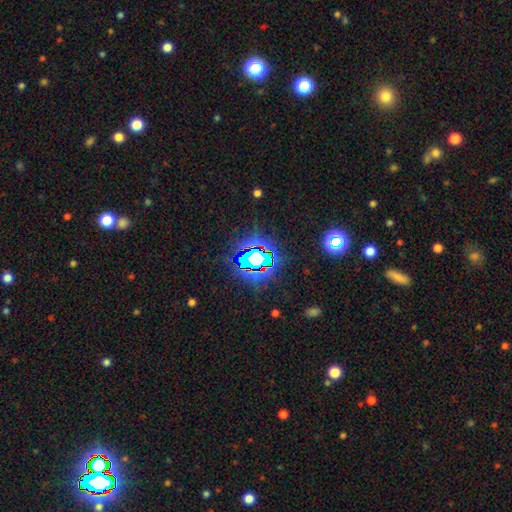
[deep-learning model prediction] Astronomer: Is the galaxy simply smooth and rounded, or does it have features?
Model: star or artifact — 73%.